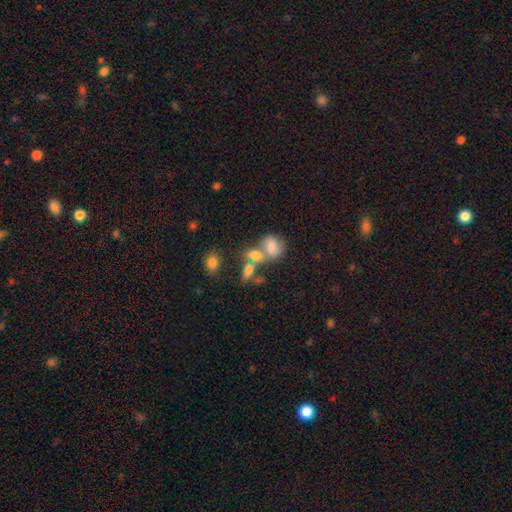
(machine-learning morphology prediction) This appears to be a smooth galaxy with no disk features (69%) that is in between round and cigar-shaped (69%). Merging: merger (52%).